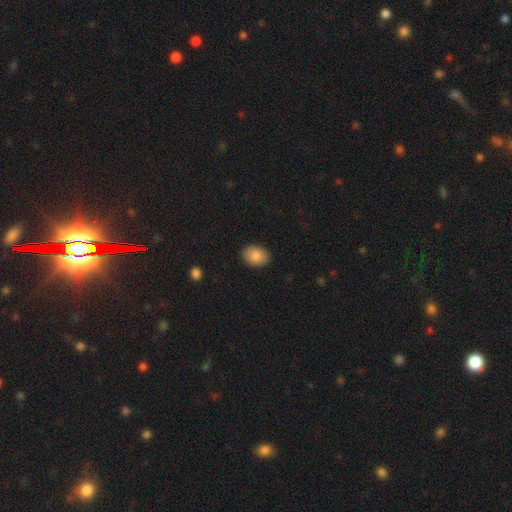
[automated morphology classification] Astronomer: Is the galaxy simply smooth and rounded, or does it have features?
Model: smooth — 85%.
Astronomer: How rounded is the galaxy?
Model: in between — 72%.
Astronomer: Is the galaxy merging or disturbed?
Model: none — 89%.